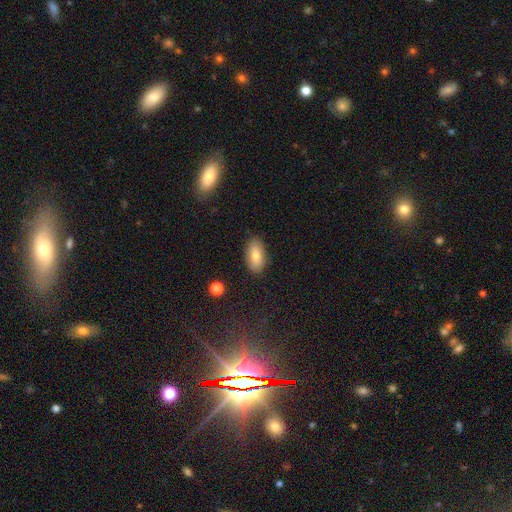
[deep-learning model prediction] Q: Smooth or featured?
A: smooth (79%); runner-up: featured or disk (13%)
Q: How rounded?
A: in between (91%); runner-up: cigar-shaped (5%)
Q: Merging?
A: none (86%); runner-up: minor disturbance (10%)